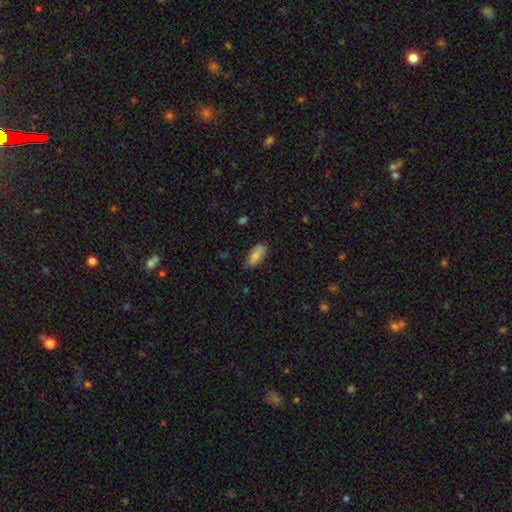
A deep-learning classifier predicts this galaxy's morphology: A smooth galaxy with no disk features (78%) that is in between round and cigar-shaped (81%).

Vote fractions:
- Smooth or featured? smooth: 78% / featured or disk: 16% / star or artifact: 6%
- How rounded? in between: 81% / cigar-shaped: 17% / round: 2%
- Merging? none: 83% / minor disturbance: 14% / major disturbance: 2% / merger: 1%